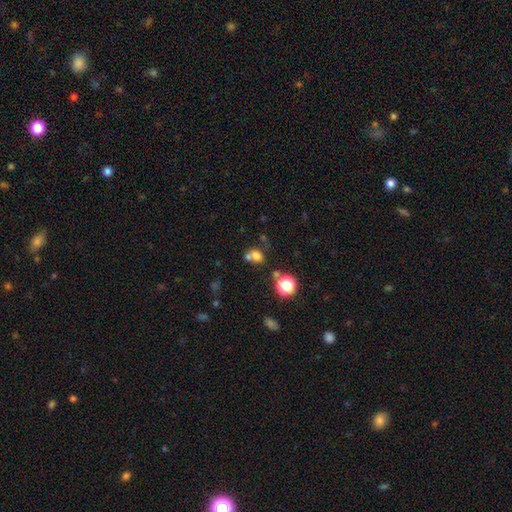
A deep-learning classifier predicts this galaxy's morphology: Q: Smooth or featured?
A: smooth (70%); runner-up: star or artifact (19%)
Q: How rounded?
A: round (61%); runner-up: in between (38%)
Q: Merging?
A: none (45%); runner-up: merger (40%)